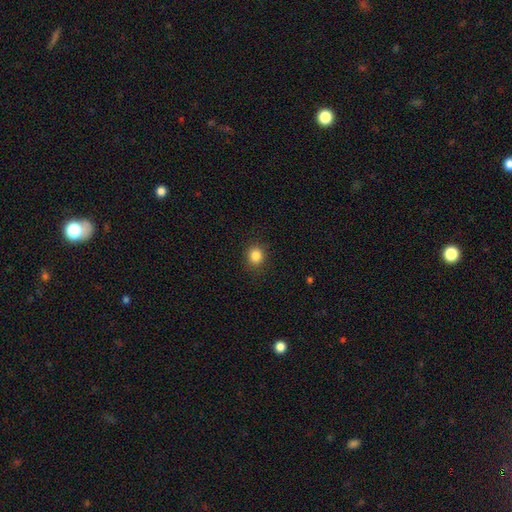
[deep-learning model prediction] smooth-or-featured: smooth: 85% | star or artifact: 11% | featured or disk: 4%
  how-rounded: round: 83% | in between: 17% | cigar-shaped: 1%
  merging: none: 89% | minor disturbance: 7% | major disturbance: 2% | merger: 1%